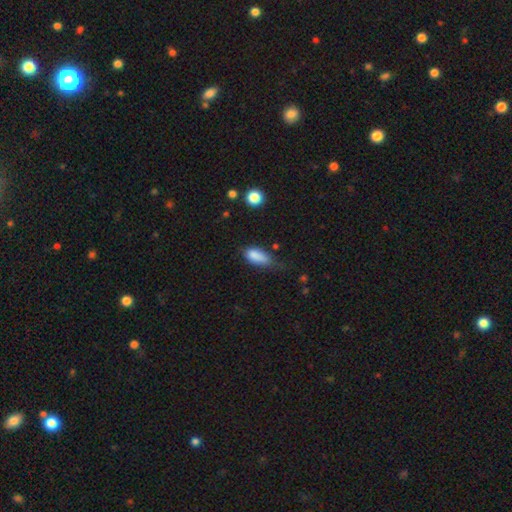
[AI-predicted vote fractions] Smooth or featured? smooth (83%)
How rounded? in between (84%)
Merging? minor disturbance (43%)